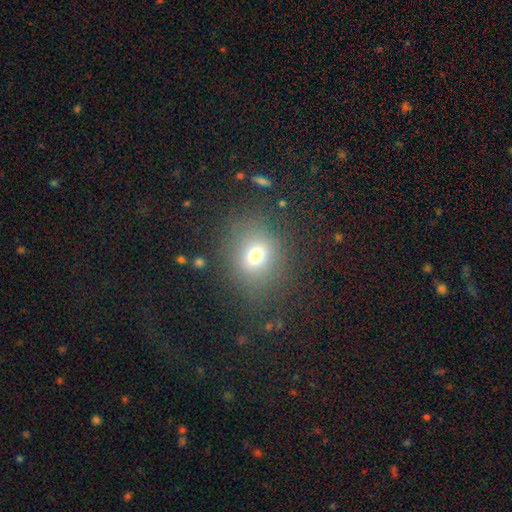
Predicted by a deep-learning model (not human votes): Smooth or featured?
  - smooth: 69% *
  - star or artifact: 18%
  - featured or disk: 12%
How rounded?
  - round: 68% *
  - in between: 31%
  - cigar-shaped: 1%
Merging?
  - none: 79% *
  - minor disturbance: 11%
  - major disturbance: 7%
  - merger: 2%